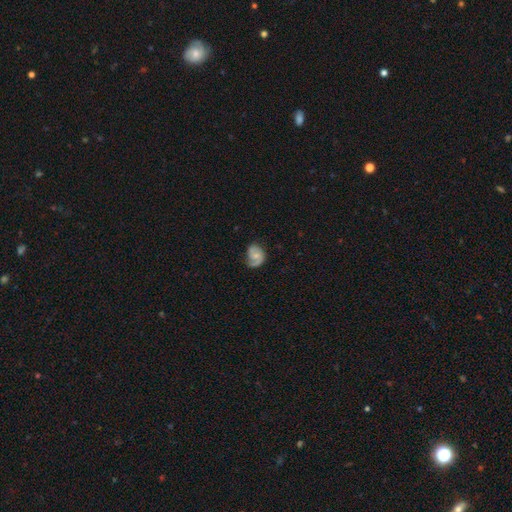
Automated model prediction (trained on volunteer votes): This is likely a featured or disk galaxy (61%). It is clearly not viewed edge-on (97%). Bar: likely no (67%). Spiral arm pattern: clearly yes (86%). Spiral arm count: possibly 2 (52%). Spiral winding: marginally tight (40%, tied with medium). Central bulge: possibly small (48%). Merging: possibly none (56%).